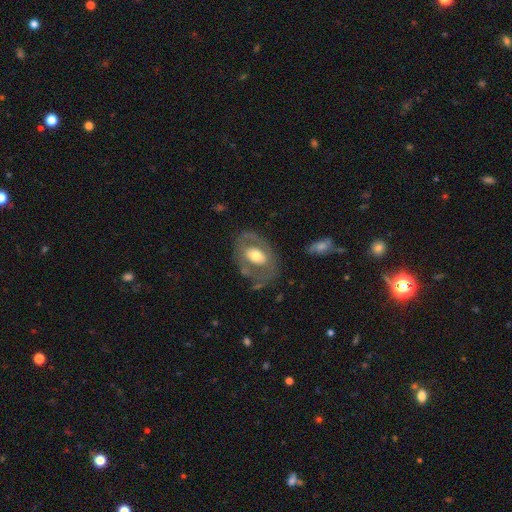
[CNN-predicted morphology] Smooth or featured? Predicted: featured or disk (p=0.58). Edge-on disk? Predicted: no (p=0.93). Bar? Predicted: no (p=0.56). Spiral arms? Predicted: no (p=0.68). Bulge size? Predicted: moderate (p=0.61). Merging? Predicted: none (p=0.65).